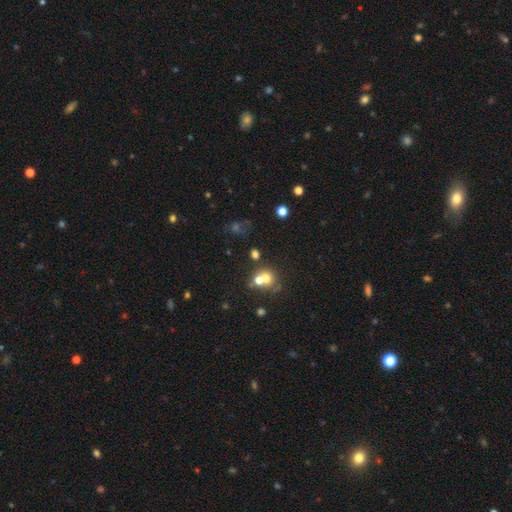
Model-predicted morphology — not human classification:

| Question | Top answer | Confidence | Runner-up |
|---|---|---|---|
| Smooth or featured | smooth | 53% | star or artifact (31%) |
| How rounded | round | 72% | in between (27%) |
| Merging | none | 43% | merger (42%) |